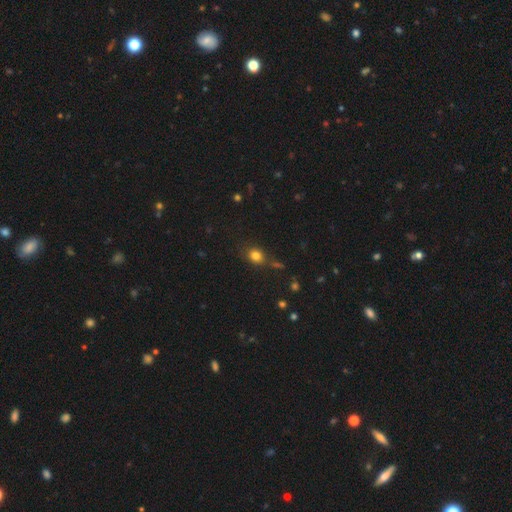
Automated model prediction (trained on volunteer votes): The model was most divided on "how rounded": round: 60%, in between: 39%, cigar-shaped: 1%. More confident: smooth or featured — smooth (80%); merging — none (72%).